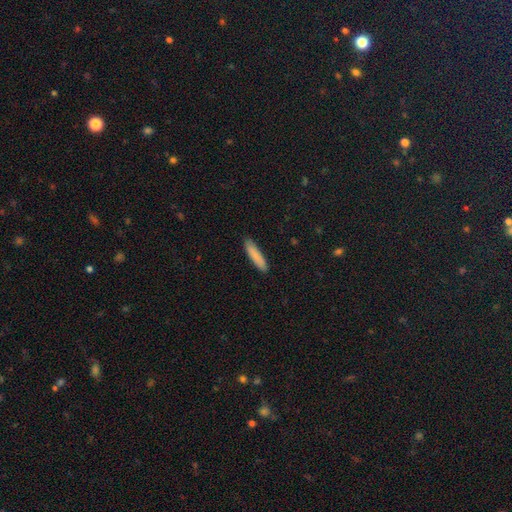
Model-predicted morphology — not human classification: This is clearly a smooth galaxy (86%). How rounded: clearly cigar-shaped (85%). Merging: clearly none (89%).